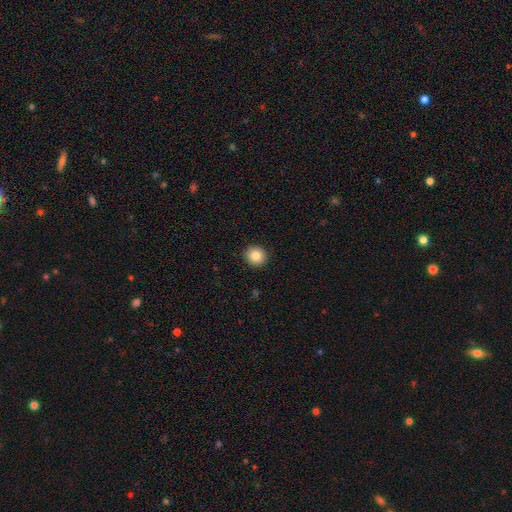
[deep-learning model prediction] smooth-or-featured: smooth: 83% | star or artifact: 10% | featured or disk: 7%
  how-rounded: round: 92% | in between: 7% | cigar-shaped: 1%
  merging: none: 92% | minor disturbance: 5% | major disturbance: 2% | merger: 1%